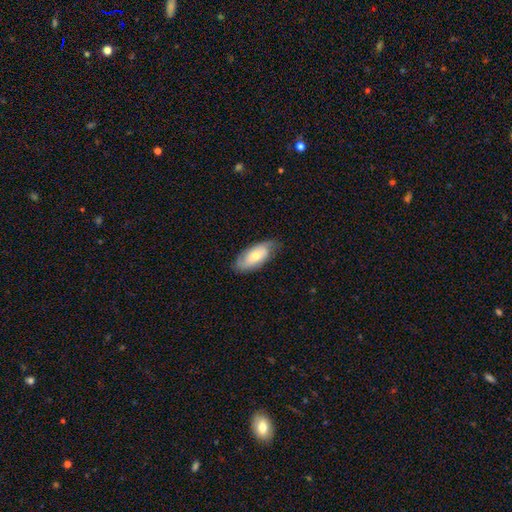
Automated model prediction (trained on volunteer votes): Overall: smooth (53%; featured or disk 41%). How rounded: in between (87%). Merging: none (74%).